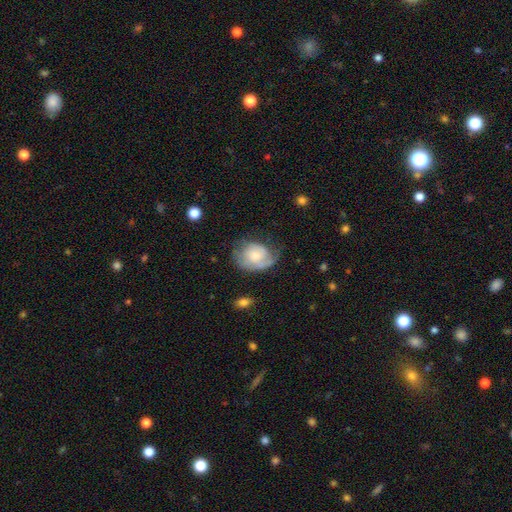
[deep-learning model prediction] smooth_or_featured: featured or disk (p=0.55) [alt: smooth p=0.38]
disk_edge_on: no (p=0.97) [alt: yes p=0.03]
bar: no (p=0.76) [alt: weak p=0.21]
has_spiral_arms: yes (p=0.81) [alt: no p=0.19]
bulge_size: small (p=0.44) [alt: moderate p=0.36]
merging: none (p=0.47) [alt: minor disturbance p=0.29]